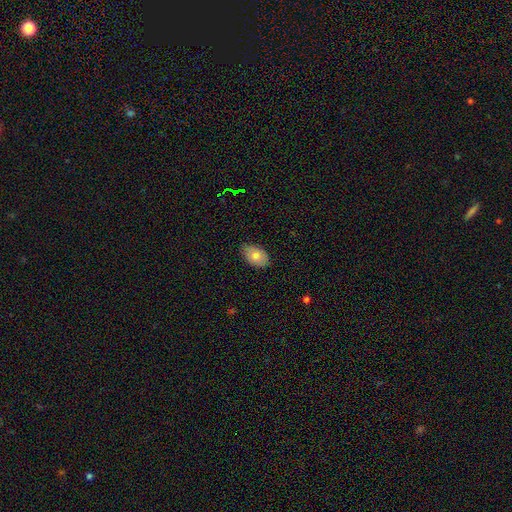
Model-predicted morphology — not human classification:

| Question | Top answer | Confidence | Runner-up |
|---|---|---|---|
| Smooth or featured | smooth | 77% | featured or disk (15%) |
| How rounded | in between | 89% | round (9%) |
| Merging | none | 79% | minor disturbance (18%) |